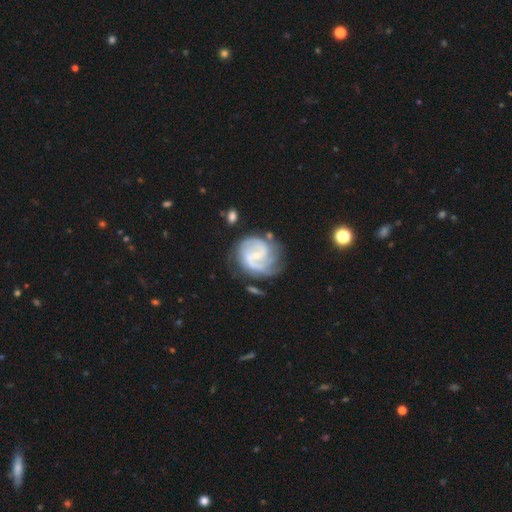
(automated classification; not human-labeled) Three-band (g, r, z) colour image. It shows a featured or disk galaxy (85%) with a weak bar (47%), 2 (70%) medium (47%) spiral arms (96%) and a small central bulge (72%). Merging: none (63%).